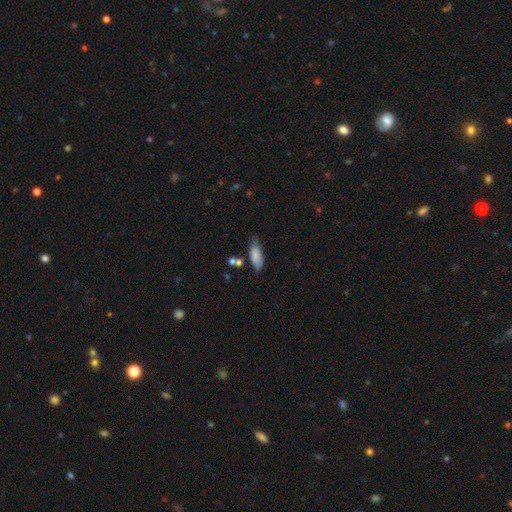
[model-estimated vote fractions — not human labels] Smooth or featured?
  - smooth: 83% *
  - featured or disk: 10%
  - star or artifact: 7%
How rounded?
  - in between: 75% *
  - cigar-shaped: 23%
  - round: 2%
Merging?
  - none: 58% *
  - minor disturbance: 28%
  - merger: 8%
  - major disturbance: 6%